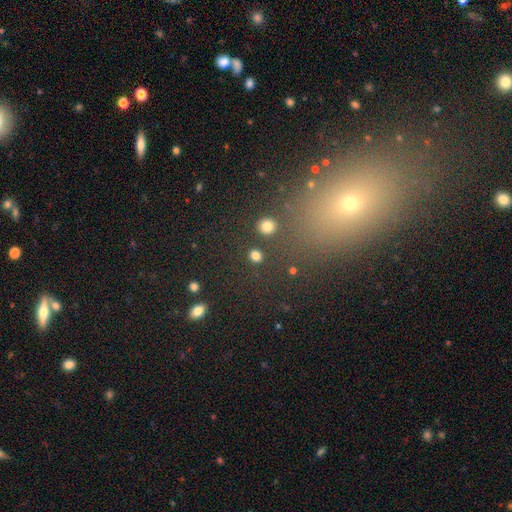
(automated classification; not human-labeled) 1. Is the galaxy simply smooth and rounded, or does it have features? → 81% smooth, 14% star or artifact, 5% featured or disk.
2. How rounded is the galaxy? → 79% round, 19% in between, 1% cigar-shaped.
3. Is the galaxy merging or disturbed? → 87% none, 6% minor disturbance, 4% merger, 3% major disturbance.